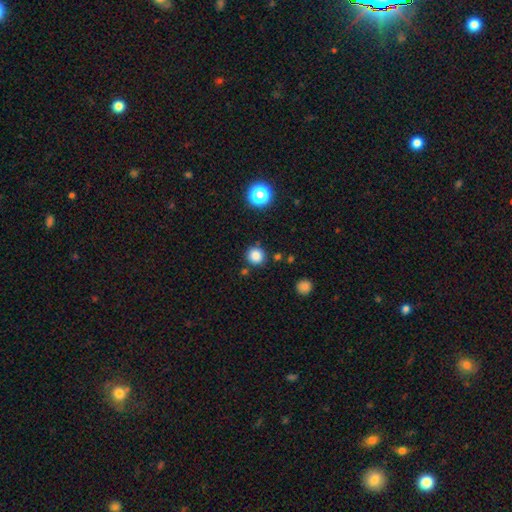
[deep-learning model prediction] smooth_or_featured: smooth (p=0.83) [alt: star or artifact p=0.13]
how_rounded: round (p=0.93) [alt: in between p=0.06]
merging: none (p=0.84) [alt: minor disturbance p=0.09]